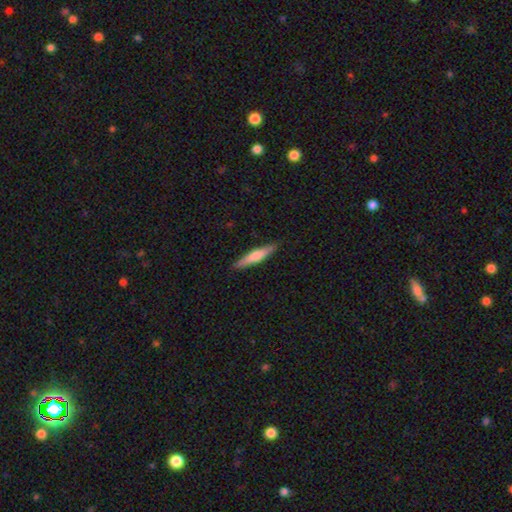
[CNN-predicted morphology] The model was most divided on "smooth or featured": smooth: 54%, featured or disk: 41%, star or artifact: 5%. More confident: how rounded — cigar-shaped (90%); merging — none (90%).